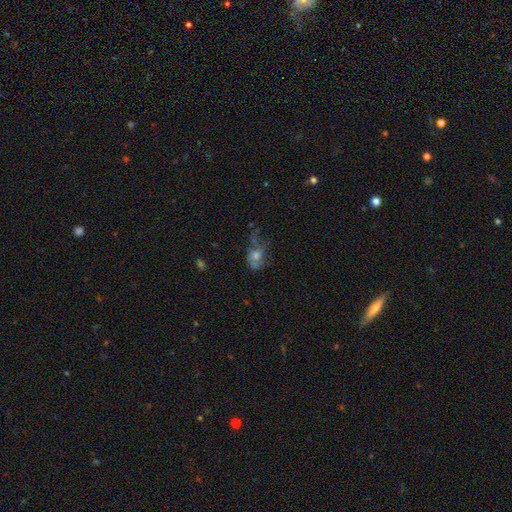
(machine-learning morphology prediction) smooth-or-featured: featured or disk: 45% | smooth: 34% | star or artifact: 21%
  merging: none: 40% | major disturbance: 32% | minor disturbance: 22% | merger: 6%